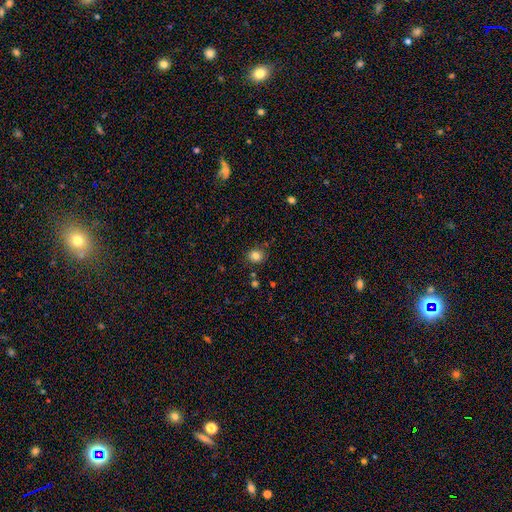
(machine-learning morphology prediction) Smooth or featured? Predicted: smooth (p=0.82). How rounded? Predicted: round (p=0.81). Merging? Predicted: none (p=0.85).